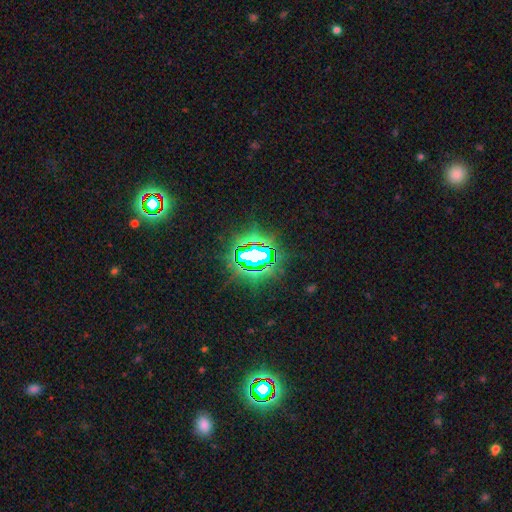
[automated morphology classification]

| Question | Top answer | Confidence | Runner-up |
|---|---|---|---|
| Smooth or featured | star or artifact | 82% | smooth (11%) |